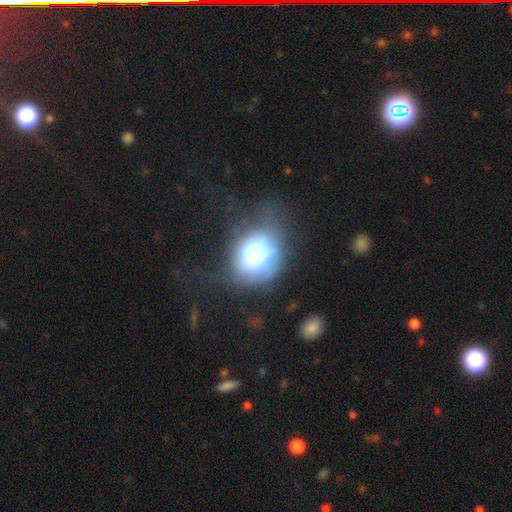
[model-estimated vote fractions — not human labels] smooth 58%, featured or disk 25%, star or artifact 17%. Down the decision tree: how rounded — round (71%); merging — none (44%).